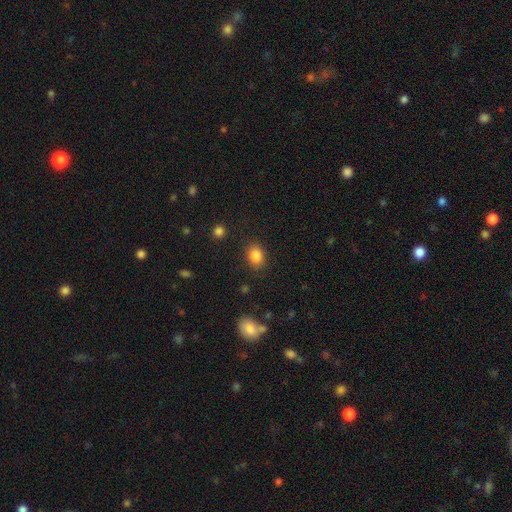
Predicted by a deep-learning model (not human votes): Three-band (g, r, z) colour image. It shows a smooth galaxy with no disk features (85%) that is in between round and cigar-shaped (60%). Merging: none (84%).